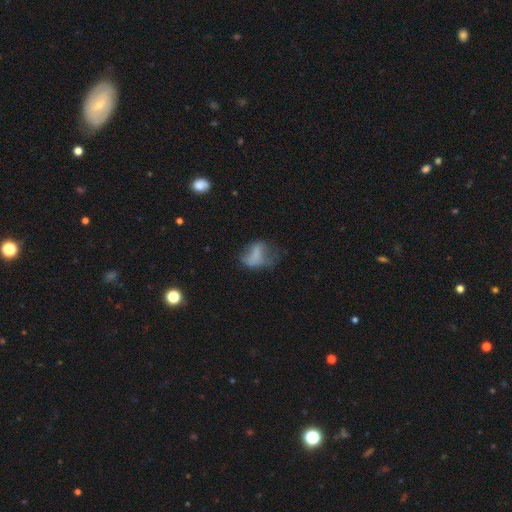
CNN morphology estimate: Smooth or featured? smooth (59%)
How rounded? in between (78%)
Merging? major disturbance (40%)